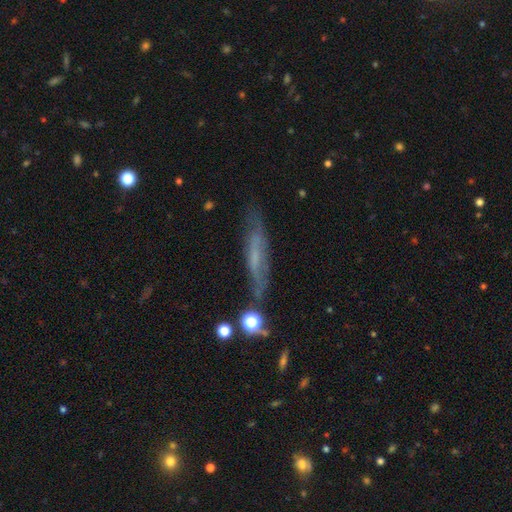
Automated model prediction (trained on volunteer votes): A featured or disk galaxy (52%) viewed edge-on (62%). Merging: none (65%).